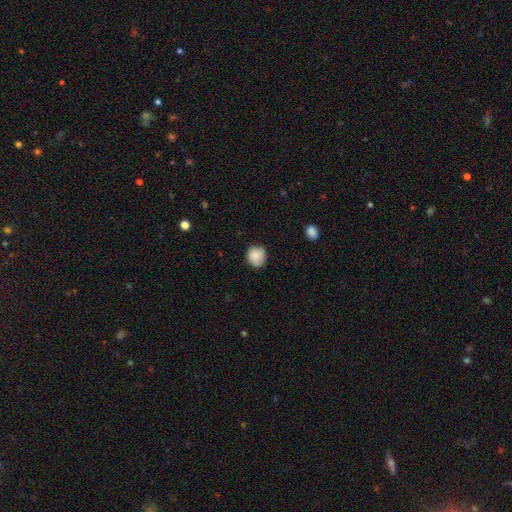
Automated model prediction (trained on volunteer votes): Smooth or featured? Predicted: smooth (p=0.84). How rounded? Predicted: round (p=0.83). Merging? Predicted: none (p=0.77).